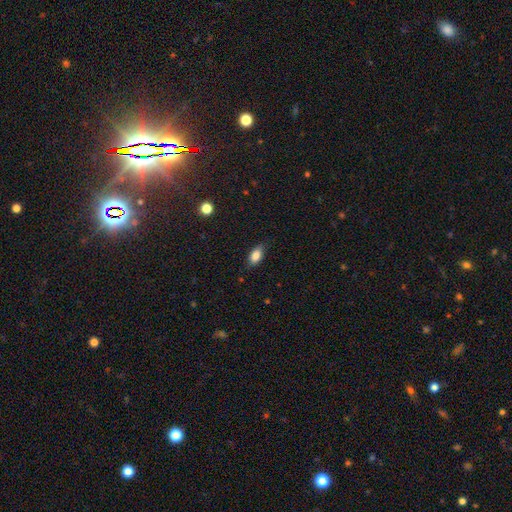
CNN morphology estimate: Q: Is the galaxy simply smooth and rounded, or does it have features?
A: smooth — 83%.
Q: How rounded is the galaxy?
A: in between — 87%.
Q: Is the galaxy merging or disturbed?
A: none — 80%.